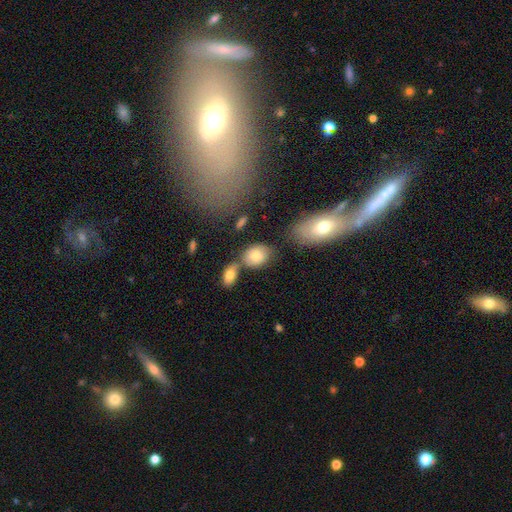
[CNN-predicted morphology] Smooth or featured? smooth (76%)
How rounded? in between (68%)
Merging? none (58%)